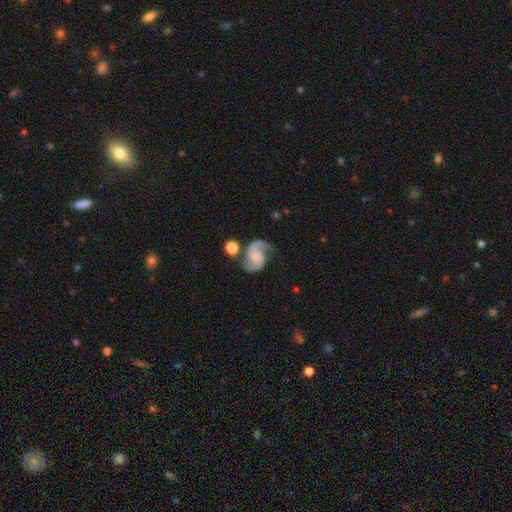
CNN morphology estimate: Smooth or featured?
  - featured or disk: 92% *
  - star or artifact: 4%
  - smooth: 4%
Edge-on disk?
  - no: 98% *
  - yes: 2%
Bar?
  - no: 65% *
  - weak: 28%
  - strong: 7%
Spiral arms?
  - yes: 98% *
  - no: 2%
Spiral winding?
  - medium: 60% *
  - tight: 20%
  - loose: 19%
Spiral arm count?
  - 2: 94% *
  - 1: 1%
  - can't tell: 1%
  - 3: 1%
  - 4: 1%
  - more than 4: 1%
Bulge size?
  - small: 55% *
  - none: 21%
  - moderate: 20%
  - large: 2%
  - dominant: 1%
Merging?
  - none: 75% *
  - minor disturbance: 14%
  - merger: 6%
  - major disturbance: 5%